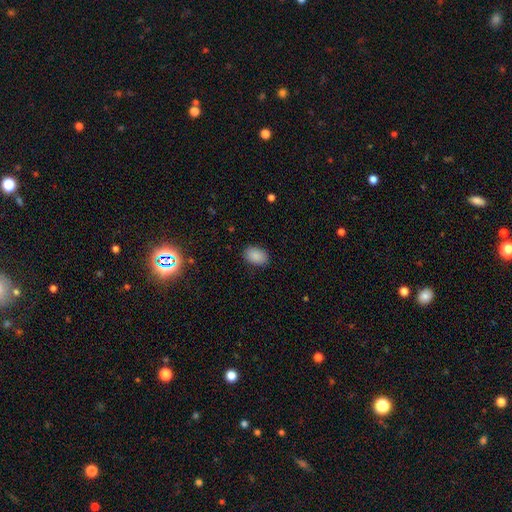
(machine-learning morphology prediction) This is clearly a smooth galaxy (88%). How rounded: clearly in between (86%). Merging: clearly none (87%).